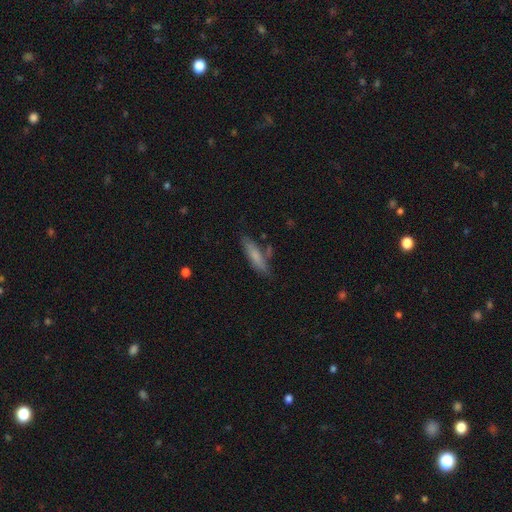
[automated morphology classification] smooth 70%, featured or disk 23%, star or artifact 7%. Down the decision tree: how rounded — cigar-shaped (73%); merging — none (70%).